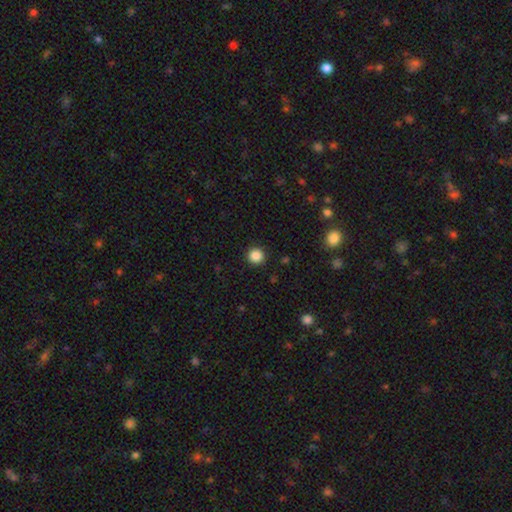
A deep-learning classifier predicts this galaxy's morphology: This appears to be a smooth galaxy with no disk features (86%) that is round (95%). Merging: none (92%).